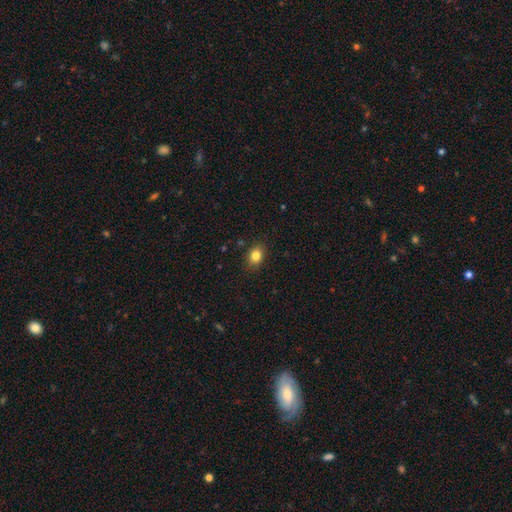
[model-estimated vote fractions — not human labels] Smooth or featured? smooth (83%)
How rounded? in between (62%)
Merging? none (87%)